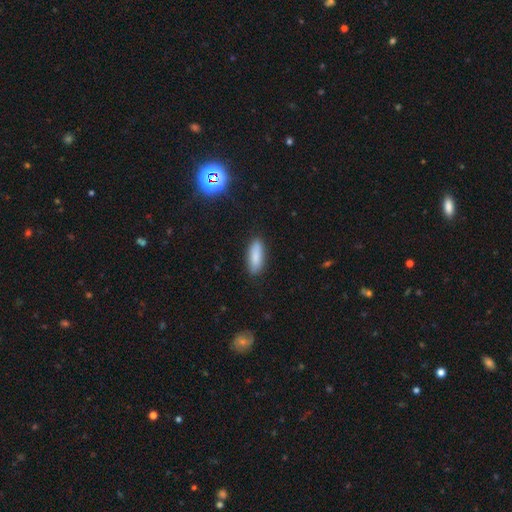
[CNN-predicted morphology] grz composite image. It shows a smooth galaxy with no disk features (86%) that is in between round and cigar-shaped (57%). Merging: none (86%).